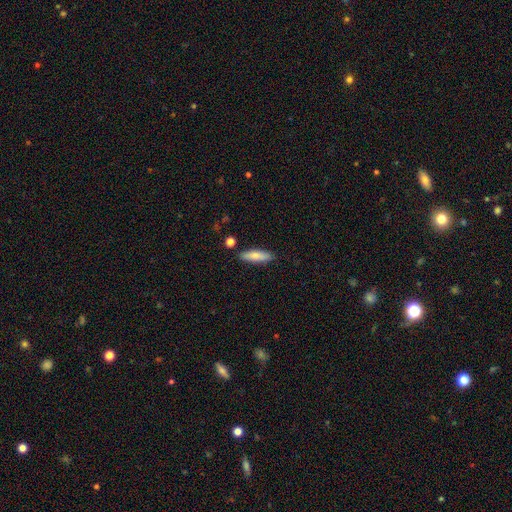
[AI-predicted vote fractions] This appears to be a smooth galaxy with no disk features (78%) that is cigar-shaped (63%). Merging: none (86%).